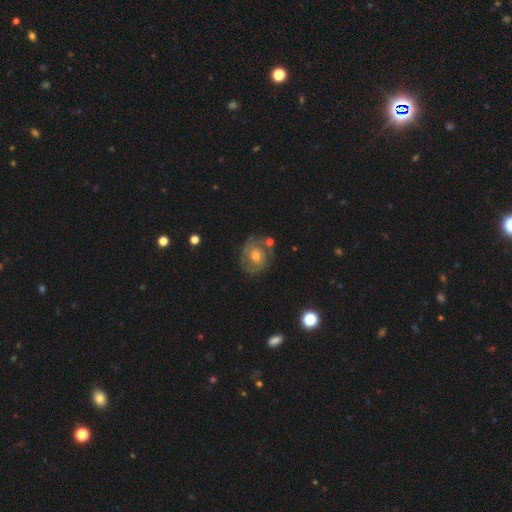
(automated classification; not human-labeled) Overall: featured or disk (64%; smooth 27%). Edge-on disk: no (96%). Bar: no (66%; weak 28%). Spiral arms: yes (71%). Bulge size: moderate (69%). Merging: none (72%).